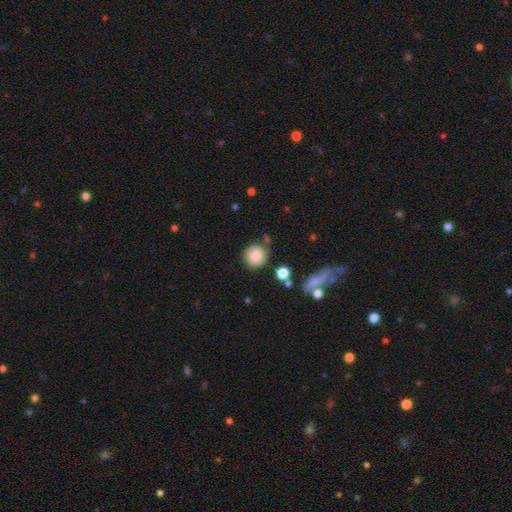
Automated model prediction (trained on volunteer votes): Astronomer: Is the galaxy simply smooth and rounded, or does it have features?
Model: smooth — 78%.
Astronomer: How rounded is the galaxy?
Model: round — 93%.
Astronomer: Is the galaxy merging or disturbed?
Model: none — 77%.